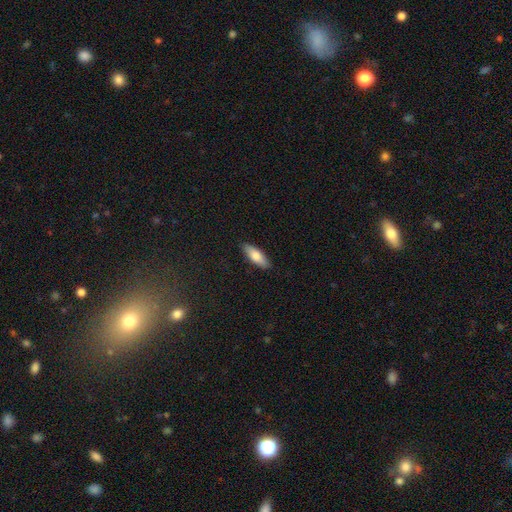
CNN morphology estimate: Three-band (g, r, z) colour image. It shows a smooth galaxy with no disk features (77%) that is in between round and cigar-shaped (59%). Merging: none (89%).